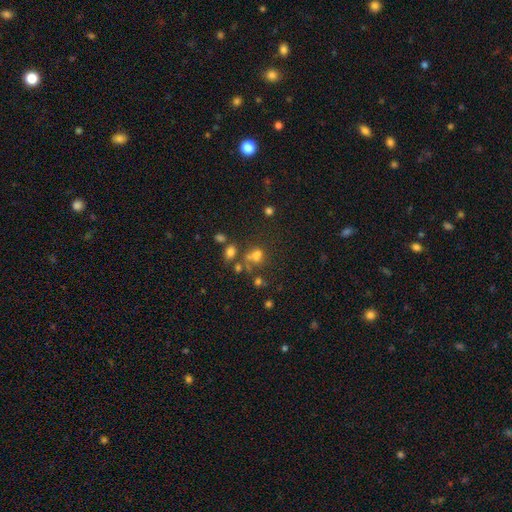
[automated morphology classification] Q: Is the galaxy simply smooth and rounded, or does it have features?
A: smooth — 53%.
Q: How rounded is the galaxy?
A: round — 49%, tied with in between.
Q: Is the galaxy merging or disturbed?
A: none — 38%.